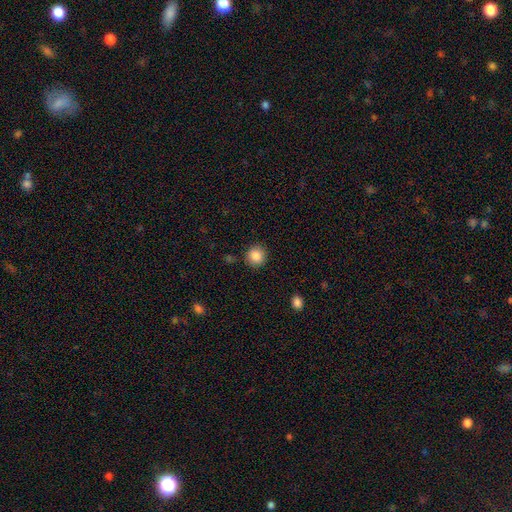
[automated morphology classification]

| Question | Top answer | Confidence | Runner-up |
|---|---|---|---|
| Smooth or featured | smooth | 87% | star or artifact (9%) |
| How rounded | round | 90% | in between (9%) |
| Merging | none | 88% | minor disturbance (7%) |